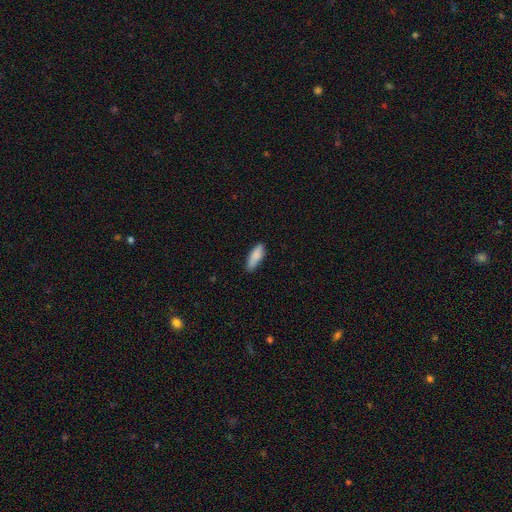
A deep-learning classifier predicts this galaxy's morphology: Smooth or featured: smooth — 86% (featured or disk — 8%)
How rounded: in between — 59% (cigar-shaped — 39%)
Merging: none — 80% (minor disturbance — 16%)